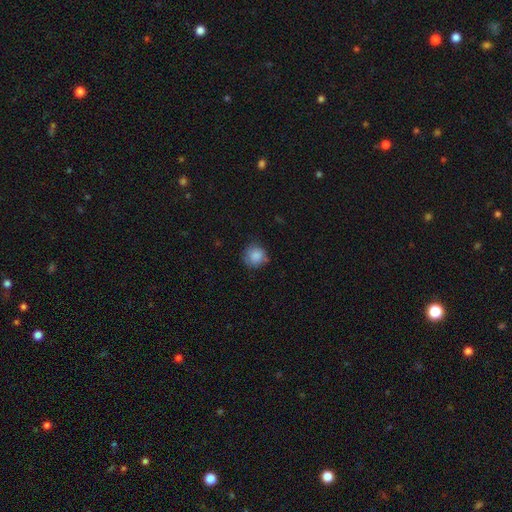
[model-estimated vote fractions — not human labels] This appears to be a smooth galaxy with no disk features (86%) that is round (90%). Merging: none (72%).